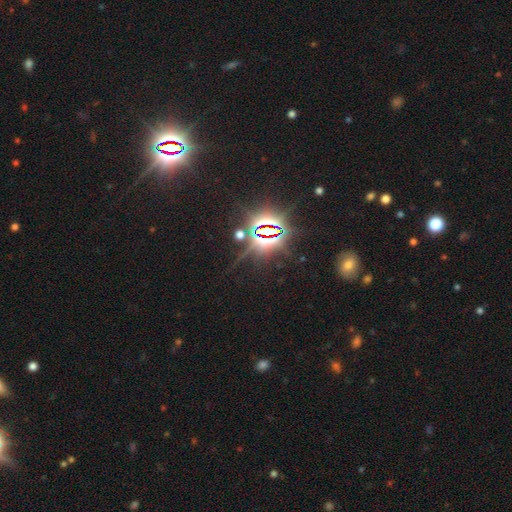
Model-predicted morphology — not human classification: type=star or artifact (83%).